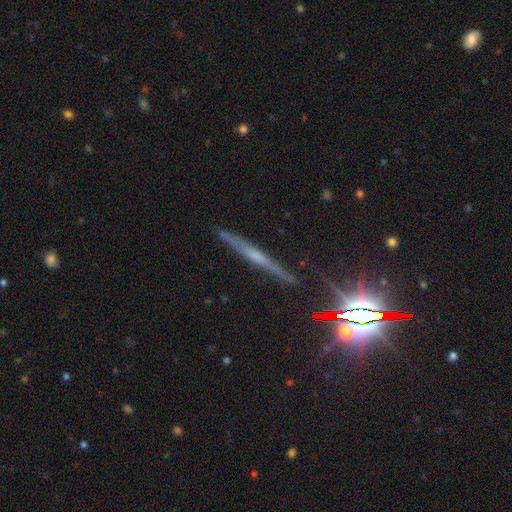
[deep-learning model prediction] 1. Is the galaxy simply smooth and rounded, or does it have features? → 59% featured or disk, 21% smooth, 20% star or artifact.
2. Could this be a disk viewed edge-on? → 96% yes, 4% no.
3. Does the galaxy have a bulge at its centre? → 46% rounded, 40% none, 14% boxy.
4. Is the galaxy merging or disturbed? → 86% none, 10% minor disturbance, 2% major disturbance, 2% merger.